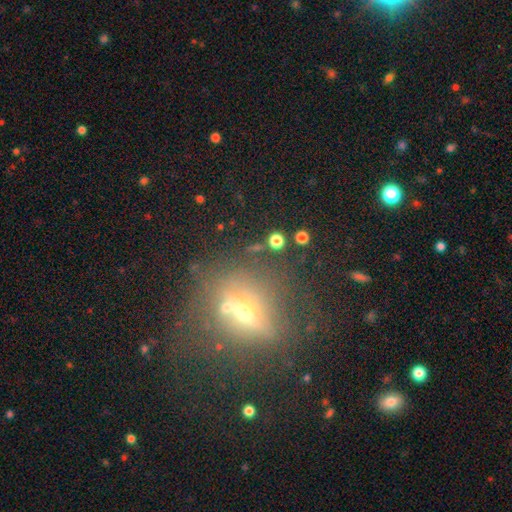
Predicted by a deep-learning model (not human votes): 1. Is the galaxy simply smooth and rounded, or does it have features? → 35% featured or disk, 34% smooth, 30% star or artifact.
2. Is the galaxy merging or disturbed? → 58% none, 16% merger, 14% minor disturbance, 11% major disturbance.